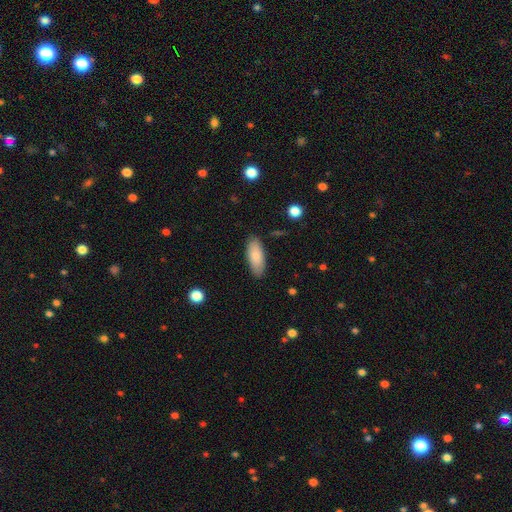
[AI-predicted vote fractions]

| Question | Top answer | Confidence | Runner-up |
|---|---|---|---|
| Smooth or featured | smooth | 84% | featured or disk (10%) |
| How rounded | in between | 79% | cigar-shaped (19%) |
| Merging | none | 86% | minor disturbance (11%) |